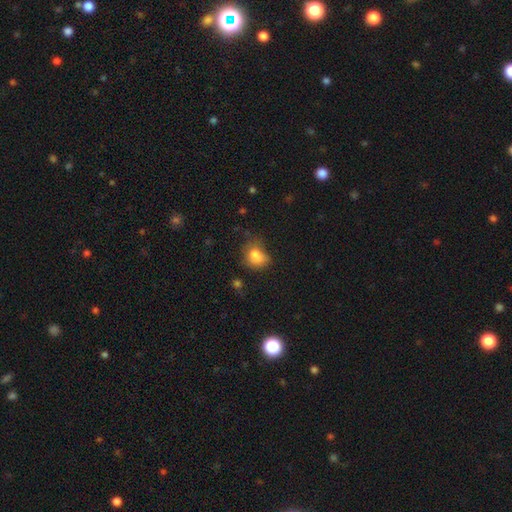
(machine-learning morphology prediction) Smooth or featured?
  - smooth: 81% *
  - star or artifact: 10%
  - featured or disk: 9%
How rounded?
  - in between: 56% *
  - round: 43%
  - cigar-shaped: 1%
Merging?
  - none: 47% *
  - minor disturbance: 33%
  - major disturbance: 15%
  - merger: 4%